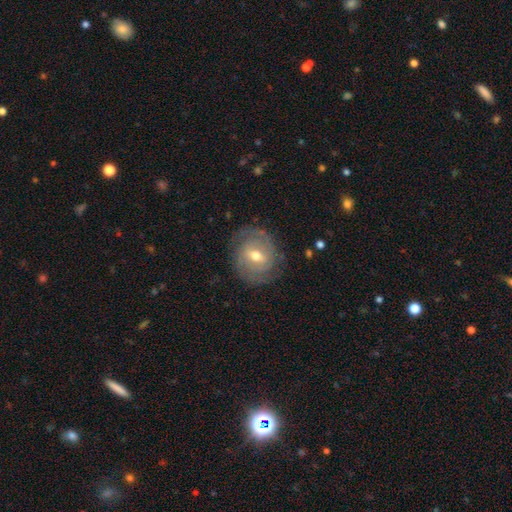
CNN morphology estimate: A featured or disk galaxy (75%) with a weak bar (54%), 2 (64%) tight (59%) spiral arms (86%) and a moderate central bulge (71%). Merging: none (79%).